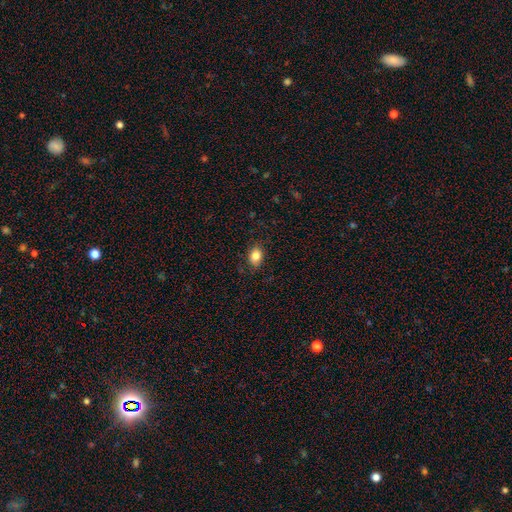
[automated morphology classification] smooth-or-featured: smooth: 84% | star or artifact: 9% | featured or disk: 7%
  how-rounded: in between: 69% | round: 30% | cigar-shaped: 1%
  merging: none: 85% | minor disturbance: 11% | major disturbance: 3% | merger: 1%